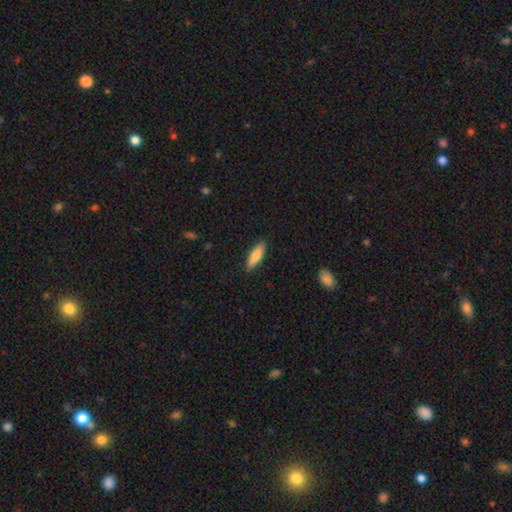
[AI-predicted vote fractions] Q: Smooth or featured?
A: smooth (77%); runner-up: featured or disk (17%)
Q: How rounded?
A: cigar-shaped (59%); runner-up: in between (40%)
Q: Merging?
A: none (89%); runner-up: minor disturbance (8%)